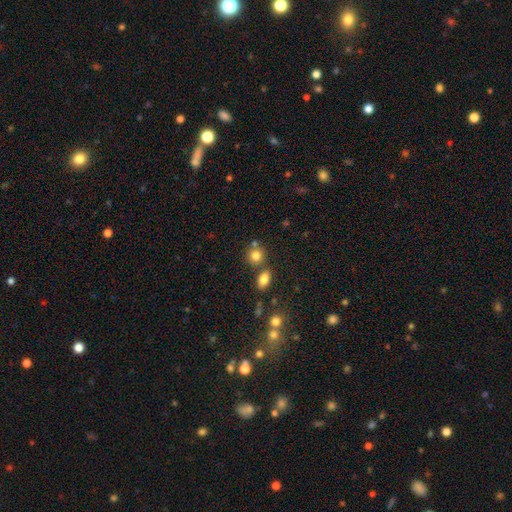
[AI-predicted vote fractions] The model was most divided on "merging": none: 63%, merger: 23%, minor disturbance: 10%, major disturbance: 4%. More confident: smooth or featured — smooth (81%); how rounded — round (79%).